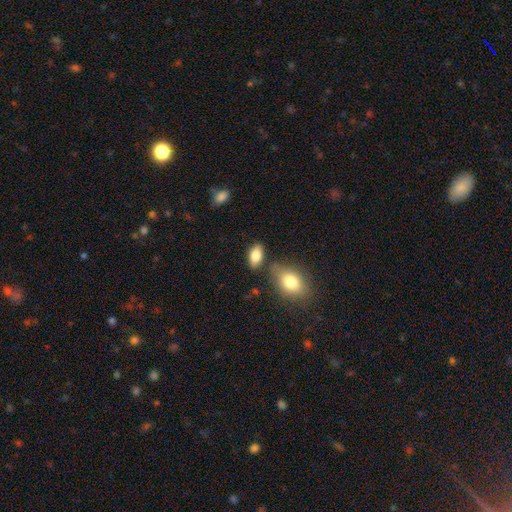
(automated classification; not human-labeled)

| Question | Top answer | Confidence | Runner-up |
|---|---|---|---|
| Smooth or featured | smooth | 82% | featured or disk (10%) |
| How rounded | in between | 91% | round (5%) |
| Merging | none | 72% | minor disturbance (15%) |